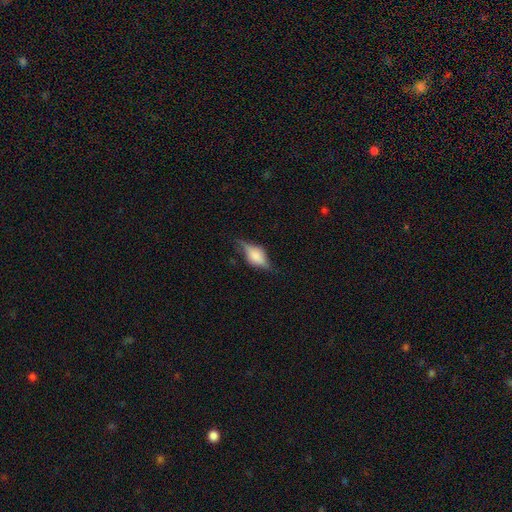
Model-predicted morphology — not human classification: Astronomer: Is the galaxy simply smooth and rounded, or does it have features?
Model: featured or disk — 57% (runner-up: smooth, 34%).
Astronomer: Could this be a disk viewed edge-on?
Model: yes — 91%.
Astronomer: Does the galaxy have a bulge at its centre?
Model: rounded — 78%.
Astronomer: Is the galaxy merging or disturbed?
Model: none — 61%.